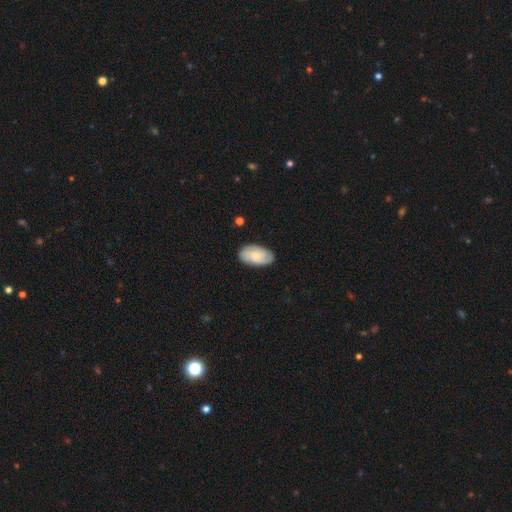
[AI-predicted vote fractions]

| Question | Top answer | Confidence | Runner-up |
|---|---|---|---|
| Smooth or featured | smooth | 64% | featured or disk (29%) |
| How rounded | in between | 95% | round (3%) |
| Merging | none | 83% | minor disturbance (13%) |